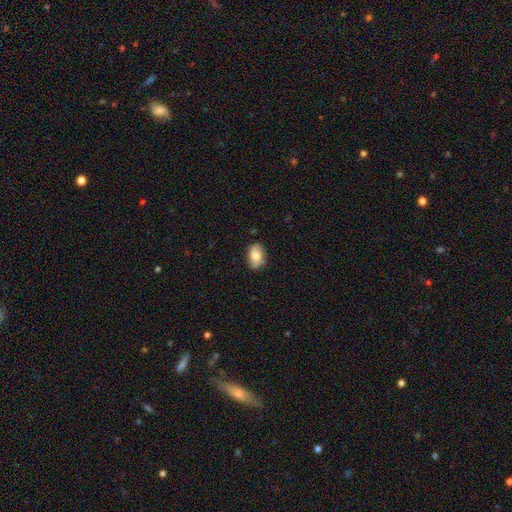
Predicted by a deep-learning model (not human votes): This appears to be a smooth galaxy with no disk features (66%) that is in between round and cigar-shaped (87%). Merging: none (70%).